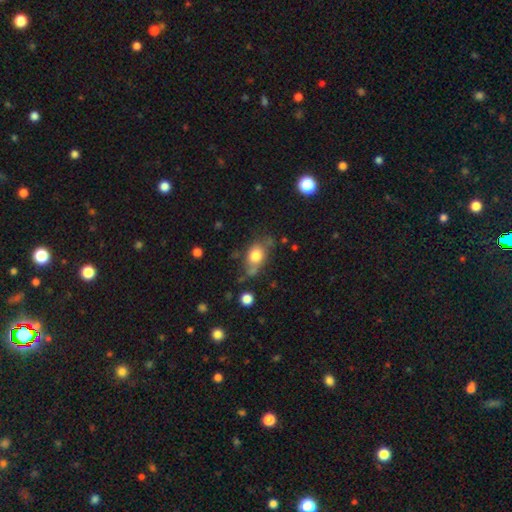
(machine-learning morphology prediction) This appears to be a smooth galaxy with no disk features (75%) that is in between round and cigar-shaped (65%). Merging: none (55%).